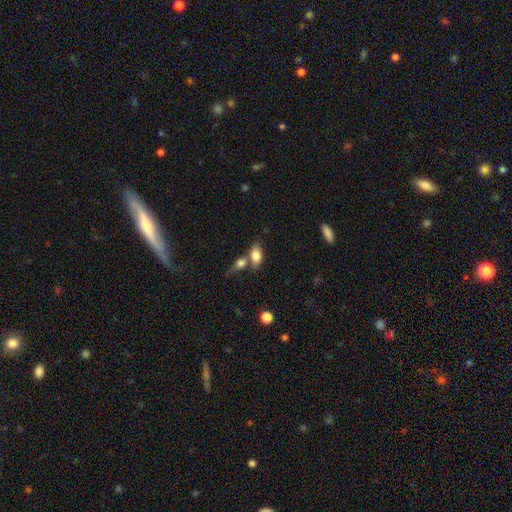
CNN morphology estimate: This is likely a smooth galaxy (79%). How rounded: clearly in between (87%). Merging: marginally merger (45%).